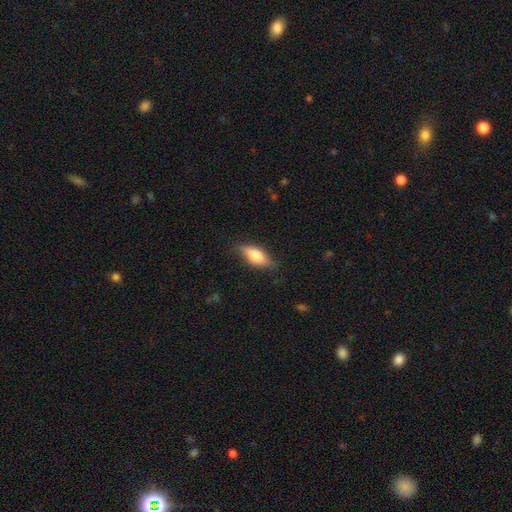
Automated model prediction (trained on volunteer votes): smooth 60%, featured or disk 33%, star or artifact 7%. Down the decision tree: how rounded — in between (73%); merging — none (77%).